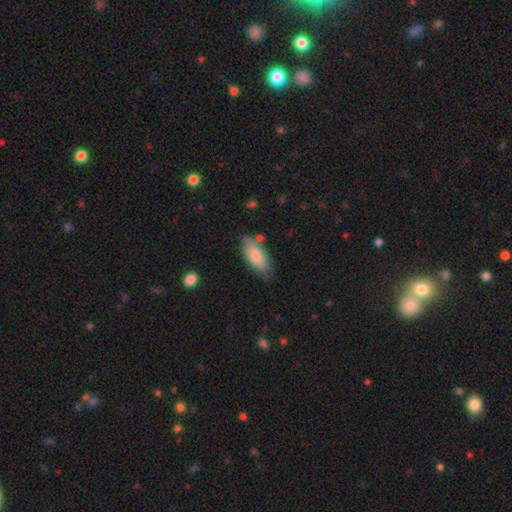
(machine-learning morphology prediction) type=smooth (79%); roundness=in between (87%); merging=none (71%).